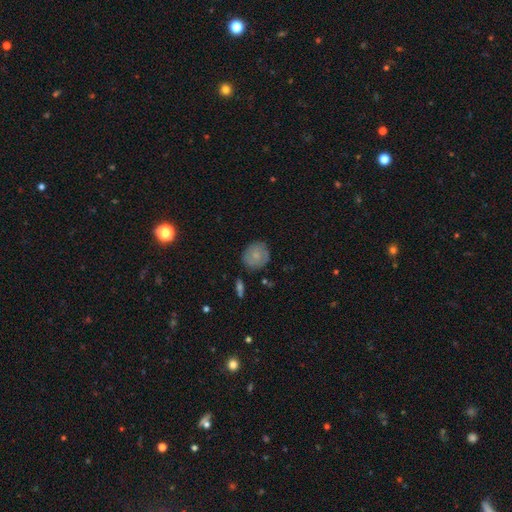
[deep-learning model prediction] The model was most divided on "smooth or featured": smooth: 65%, featured or disk: 27%, star or artifact: 7%. More confident: how rounded — round (79%); merging — none (78%).